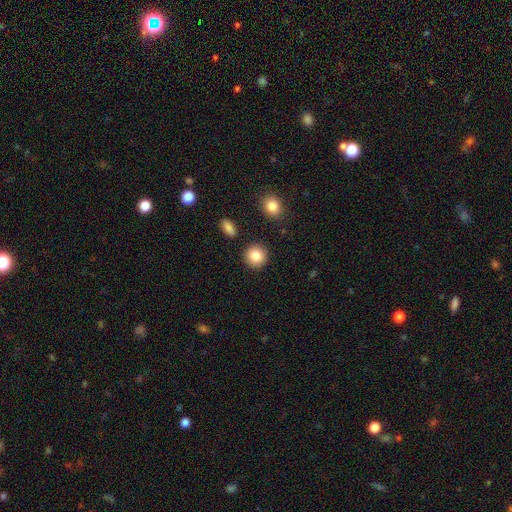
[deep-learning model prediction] Morphology: type=smooth (84%); roundness=round (91%); merging=none (89%).